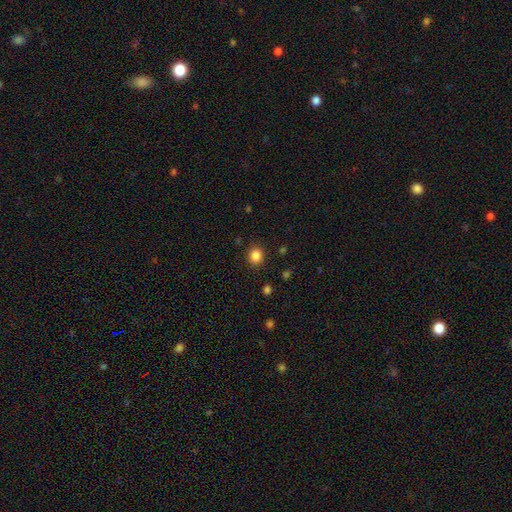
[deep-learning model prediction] smooth 85%, star or artifact 11%, featured or disk 4%. Down the decision tree: how rounded — round (74%); merging — none (88%).